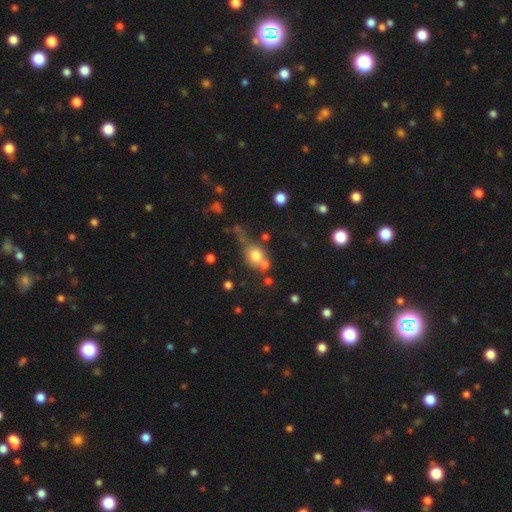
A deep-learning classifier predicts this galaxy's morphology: A smooth galaxy with no disk features (73%) that is round (65%). Merging: none (38%).